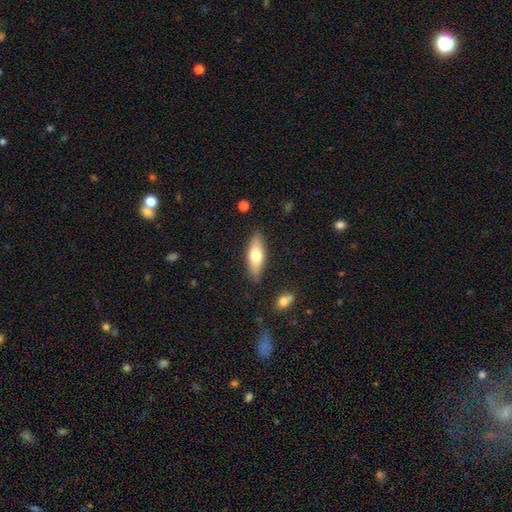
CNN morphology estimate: Smooth or featured: smooth — 64% (featured or disk — 31%)
How rounded: in between — 55% (cigar-shaped — 43%)
Merging: none — 85% (minor disturbance — 11%)